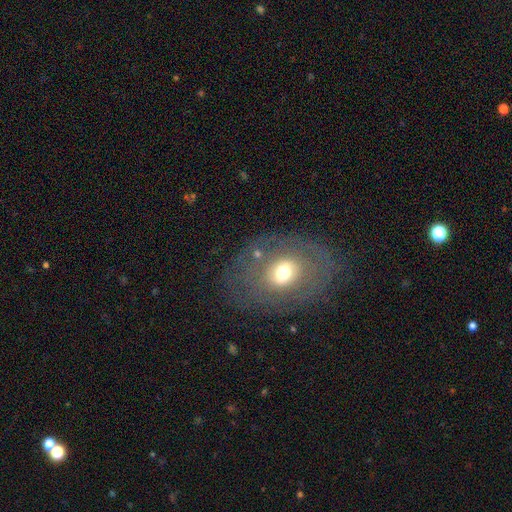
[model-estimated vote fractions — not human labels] smooth 45%, featured or disk 43%, star or artifact 12%. Down the decision tree: merging — none (75%).